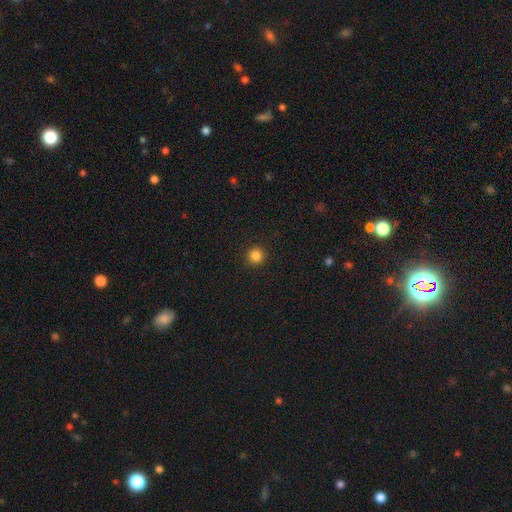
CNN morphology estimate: Smooth or featured? Predicted: smooth (p=0.84). How rounded? Predicted: round (p=0.95). Merging? Predicted: none (p=0.93).